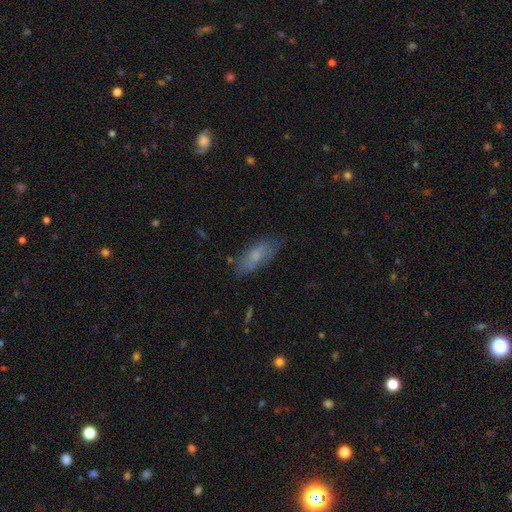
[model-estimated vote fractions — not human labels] smooth_or_featured: smooth (p=0.67) [alt: featured or disk p=0.25]
how_rounded: in between (p=0.68) [alt: cigar-shaped p=0.30]
merging: none (p=0.71) [alt: minor disturbance p=0.21]